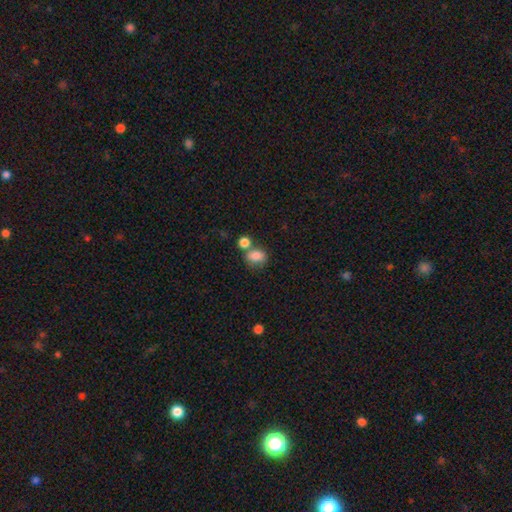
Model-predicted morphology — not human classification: This appears to be a smooth galaxy with no disk features (82%) that is in between round and cigar-shaped (62%). Merging: none (46%).